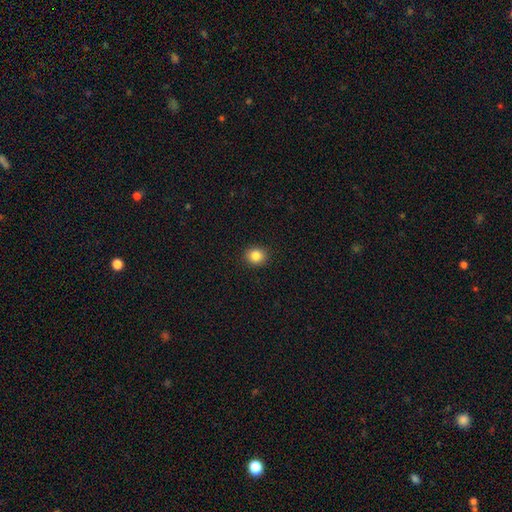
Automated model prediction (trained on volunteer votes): smooth_or_featured: smooth (p=0.85) [alt: star or artifact p=0.11]
how_rounded: round (p=0.81) [alt: in between p=0.18]
merging: none (p=0.92) [alt: minor disturbance p=0.06]